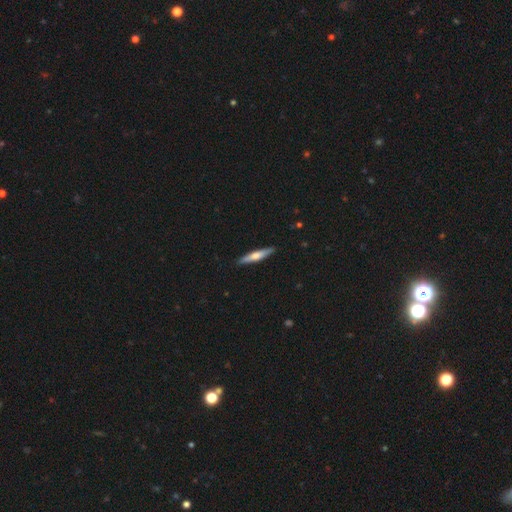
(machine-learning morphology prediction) Smooth or featured? Predicted: smooth (p=0.49). Merging? Predicted: none (p=0.91).